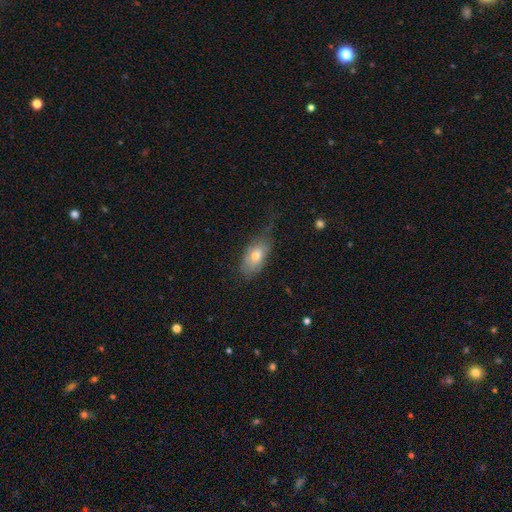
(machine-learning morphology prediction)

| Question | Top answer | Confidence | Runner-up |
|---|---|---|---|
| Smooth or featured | smooth | 69% | featured or disk (24%) |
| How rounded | in between | 89% | cigar-shaped (6%) |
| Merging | none | 49% | minor disturbance (33%) |